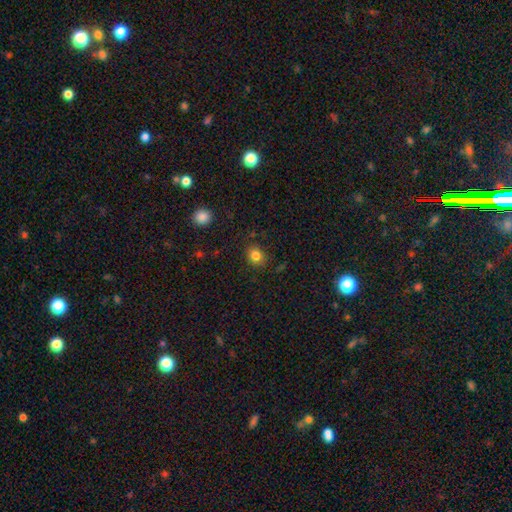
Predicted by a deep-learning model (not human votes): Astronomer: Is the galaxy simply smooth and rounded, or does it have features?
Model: smooth — 83%.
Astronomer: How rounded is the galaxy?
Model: round — 60% (runner-up: in between, 39%).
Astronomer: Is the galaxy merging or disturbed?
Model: none — 84%.